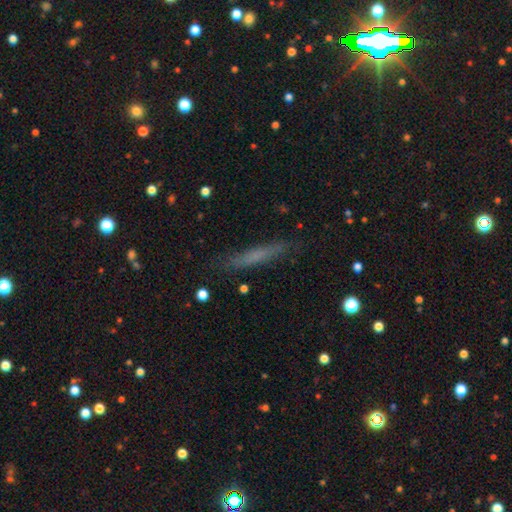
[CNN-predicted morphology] The model was most divided on "smooth or featured": smooth: 56%, featured or disk: 33%, star or artifact: 11%. More confident: how rounded — cigar-shaped (92%); merging — none (84%).